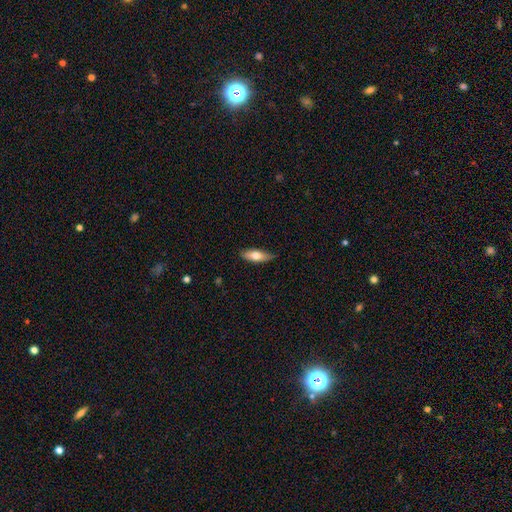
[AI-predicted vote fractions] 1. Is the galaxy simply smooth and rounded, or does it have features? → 68% smooth, 26% featured or disk, 6% star or artifact.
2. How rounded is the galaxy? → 66% in between, 32% cigar-shaped, 3% round.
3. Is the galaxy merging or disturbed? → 78% none, 19% minor disturbance, 3% major disturbance, 1% merger.